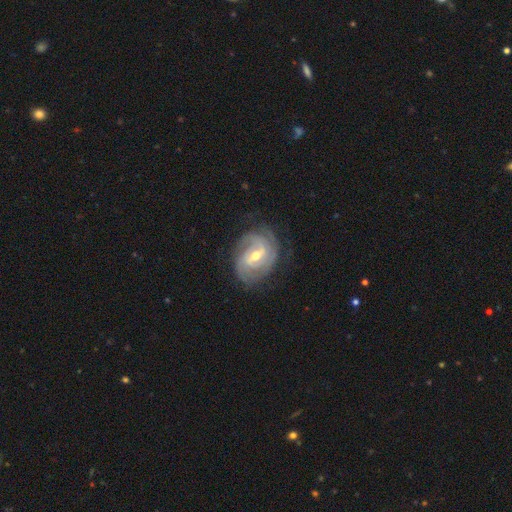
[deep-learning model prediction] smooth-or-featured: featured or disk: 89% | smooth: 6% | star or artifact: 5%
  disk-edge-on: no: 97% | yes: 3%
    bar: weak: 52% | strong: 30% | no: 18%
    has-spiral-arms: yes: 97% | no: 3%
      spiral-winding: tight: 64% | medium: 29% | loose: 6%
      spiral-arm-count: 3: 32% | 2: 27% | can't tell: 20% | 4: 11% | more than 4: 5% | 1: 5%
    bulge-size: moderate: 62% | small: 34% | large: 2% | none: 1% | dominant: 1%
  merging: none: 75% | minor disturbance: 18% | major disturbance: 6% | merger: 1%